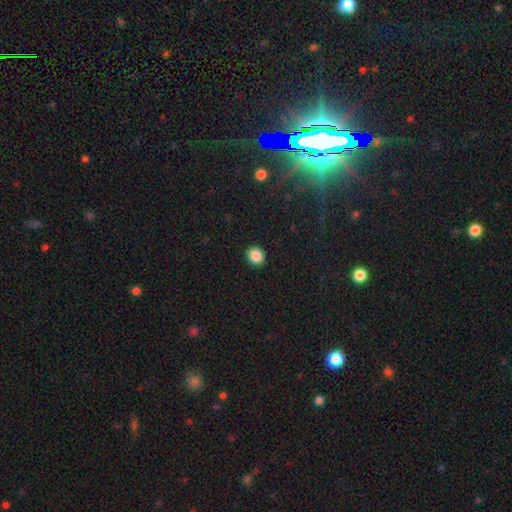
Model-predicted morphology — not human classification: Q: Smooth or featured?
A: smooth (88%); runner-up: star or artifact (9%)
Q: How rounded?
A: round (77%); runner-up: in between (22%)
Q: Merging?
A: none (92%); runner-up: minor disturbance (5%)